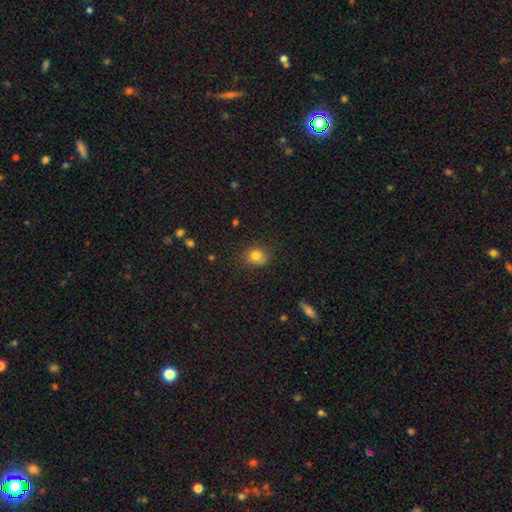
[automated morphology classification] smooth_or_featured: smooth (p=0.82) [alt: star or artifact p=0.12]
how_rounded: round (p=0.72) [alt: in between p=0.27]
merging: none (p=0.76) [alt: minor disturbance p=0.18]